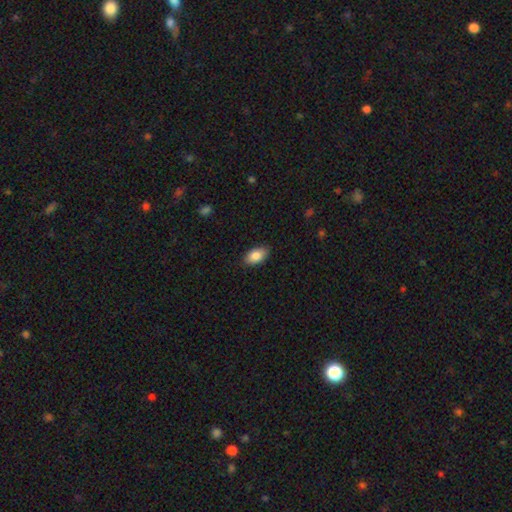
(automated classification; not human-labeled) smooth-or-featured: smooth: 86% | star or artifact: 7% | featured or disk: 7%
  how-rounded: in between: 92% | round: 6% | cigar-shaped: 2%
  merging: none: 87% | minor disturbance: 10% | major disturbance: 2% | merger: 1%